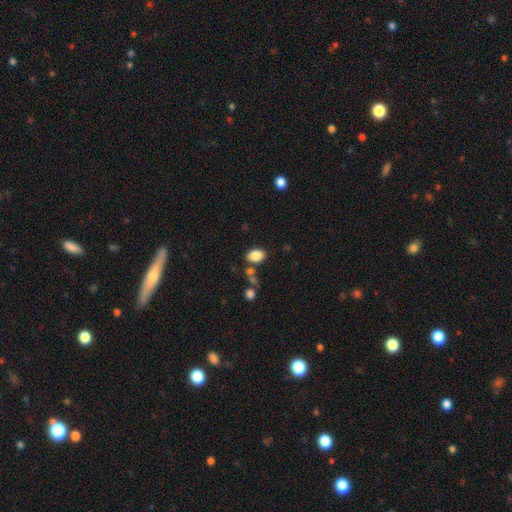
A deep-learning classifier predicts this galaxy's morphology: A smooth galaxy with no disk features (85%) that is in between round and cigar-shaped (80%).

Vote fractions:
- Smooth or featured? smooth: 85% / star or artifact: 9% / featured or disk: 6%
- How rounded? in between: 80% / round: 18% / cigar-shaped: 1%
- Merging? none: 73% / minor disturbance: 13% / merger: 10% / major disturbance: 4%